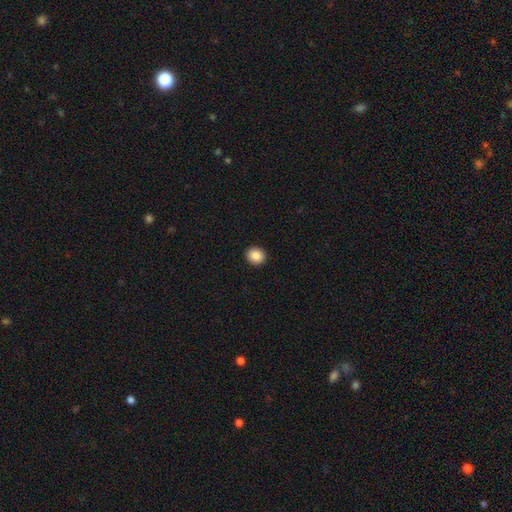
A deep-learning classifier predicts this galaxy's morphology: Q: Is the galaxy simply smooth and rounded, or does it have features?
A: smooth — 88%.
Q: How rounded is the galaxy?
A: round — 73%.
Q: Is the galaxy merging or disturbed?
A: none — 92%.